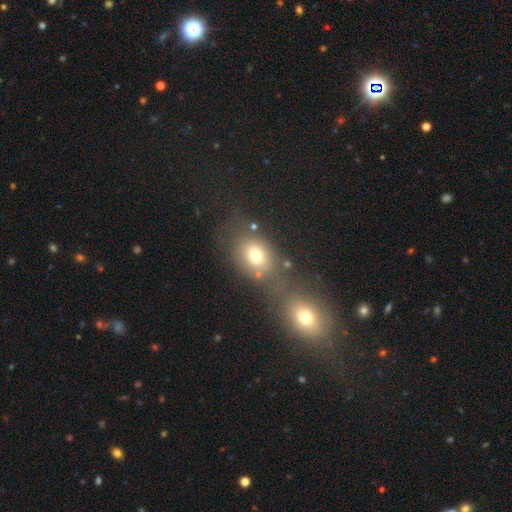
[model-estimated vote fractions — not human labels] This is likely a smooth galaxy (73%). How rounded: possibly in between (53%). Merging: marginally none (41%, tied with merger).